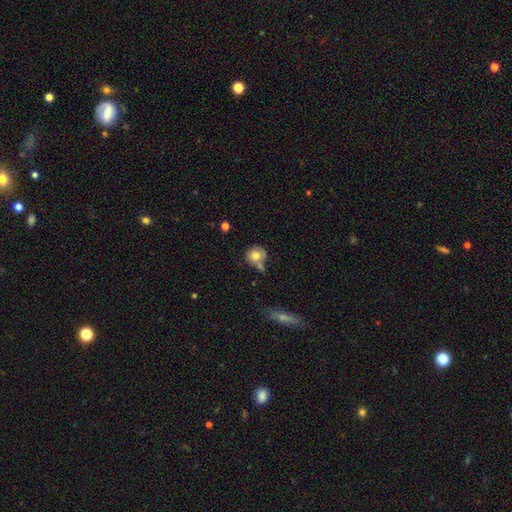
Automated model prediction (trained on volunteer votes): Smooth or featured? Predicted: smooth (p=0.76). How rounded? Predicted: round (p=0.86). Merging? Predicted: none (p=0.52).